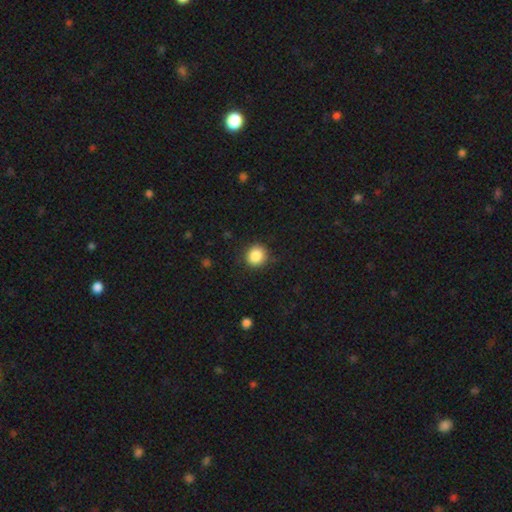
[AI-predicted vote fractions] Smooth or featured? smooth (87%)
How rounded? round (90%)
Merging? none (88%)